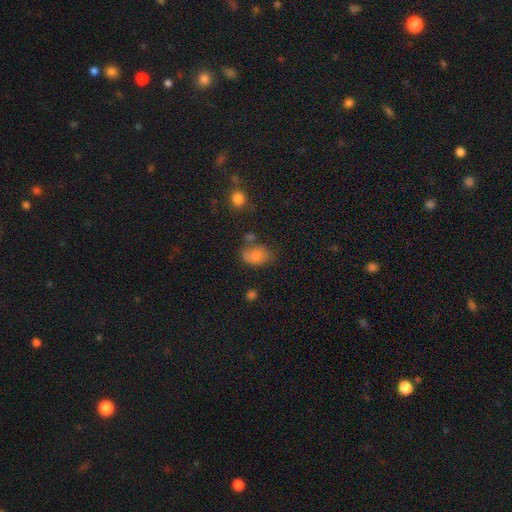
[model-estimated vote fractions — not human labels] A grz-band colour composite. It shows a smooth galaxy with no disk features (77%) that is in between round and cigar-shaped (75%). Merging: none (51%).